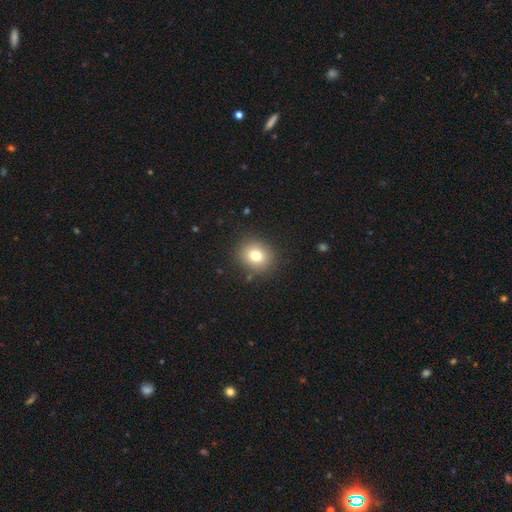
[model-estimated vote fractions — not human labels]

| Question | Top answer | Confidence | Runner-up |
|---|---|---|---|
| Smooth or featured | smooth | 77% | star or artifact (12%) |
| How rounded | round | 75% | in between (25%) |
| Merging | none | 88% | minor disturbance (8%) |